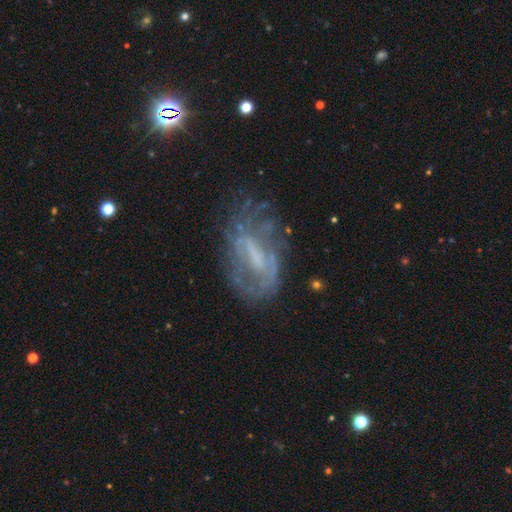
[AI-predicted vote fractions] Morphology: type=featured or disk (70%); edge-on=no (94%); bar=weak (43%); spiral arms=yes (55%); bulge=none (40%); merging=none (51%).